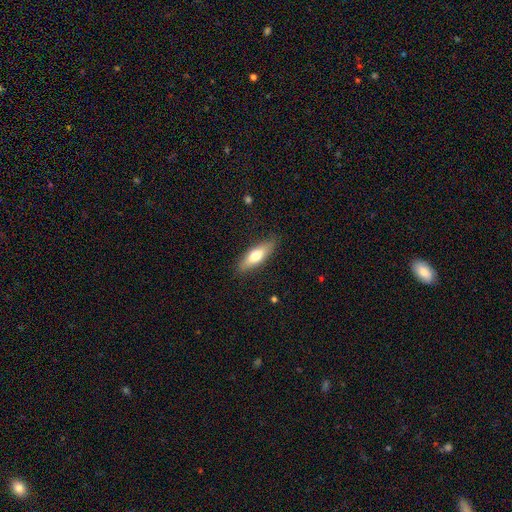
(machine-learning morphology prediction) This appears to be a smooth galaxy with no disk features (64%) that is cigar-shaped (49%). Merging: none (86%).